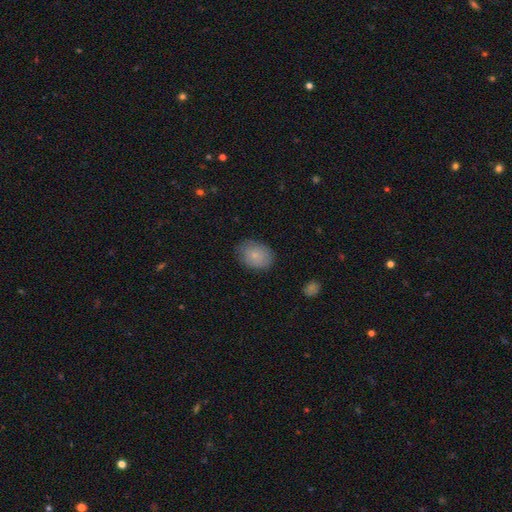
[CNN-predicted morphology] Overall: smooth (79%). How rounded: in between (69%; round 30%). Merging: none (80%).